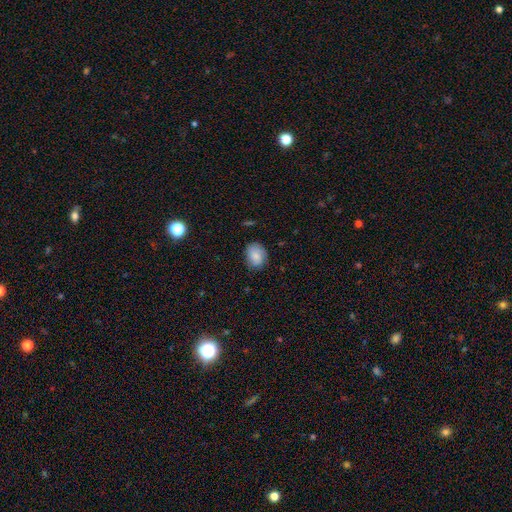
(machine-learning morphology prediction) Overall: smooth (77%). How rounded: round (50%; in between 49%). Merging: none (75%).